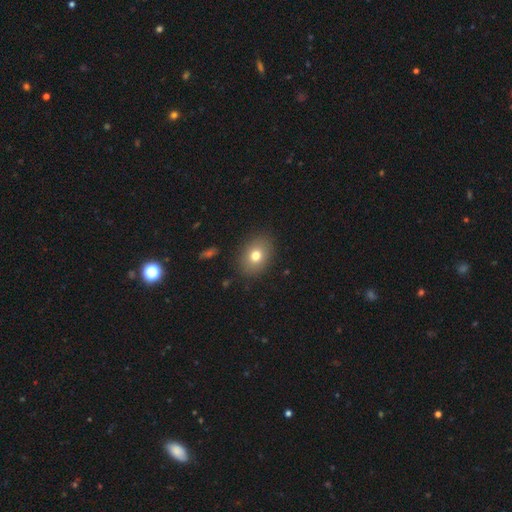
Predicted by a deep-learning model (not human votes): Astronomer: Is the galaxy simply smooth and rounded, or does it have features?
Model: smooth — 75%.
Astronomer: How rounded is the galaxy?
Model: in between — 65%.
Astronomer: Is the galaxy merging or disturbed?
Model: none — 87%.